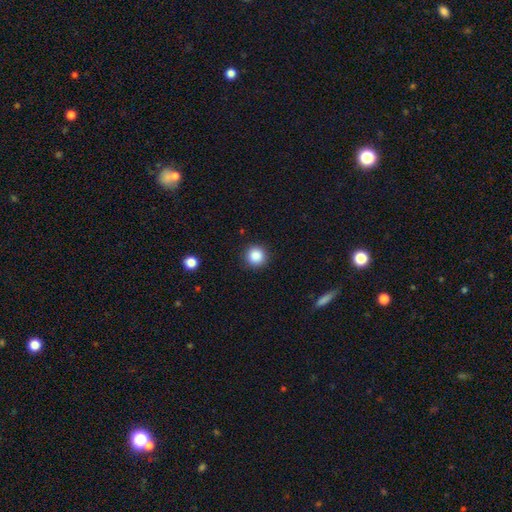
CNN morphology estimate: A smooth galaxy with no disk features (87%) that is round (94%). Merging: none (91%).